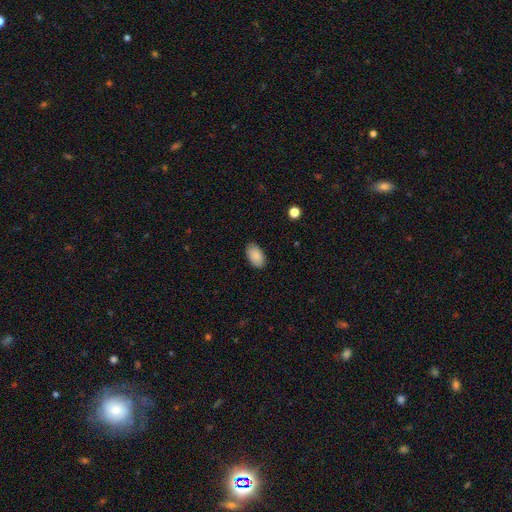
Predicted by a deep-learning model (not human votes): Smooth or featured? smooth (88%)
How rounded? in between (94%)
Merging? none (86%)